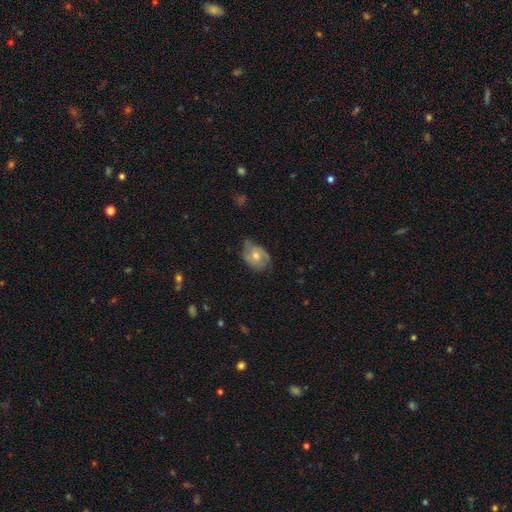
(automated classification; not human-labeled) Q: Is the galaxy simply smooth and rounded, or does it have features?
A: smooth — 48%.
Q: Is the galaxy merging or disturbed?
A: none — 60%.